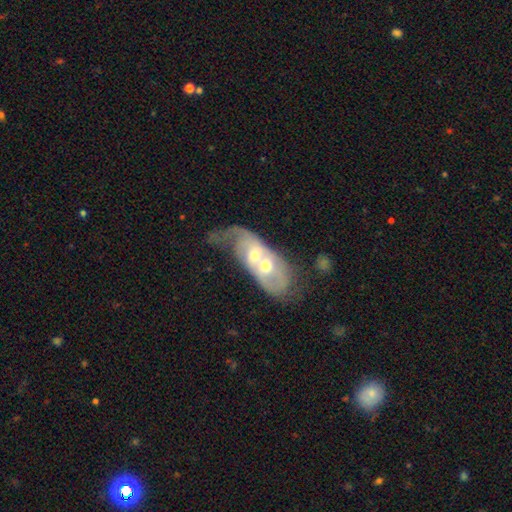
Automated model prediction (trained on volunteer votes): Smooth or featured: featured or disk — 62% (smooth — 31%)
Edge-on disk: no — 92% (yes — 8%)
Bar: no — 78% (weak — 18%)
Spiral arms: yes — 50% (tied with no — 50%)
Bulge size: moderate — 65% (small — 26%)
Merging: merger — 72% (major disturbance — 11%)